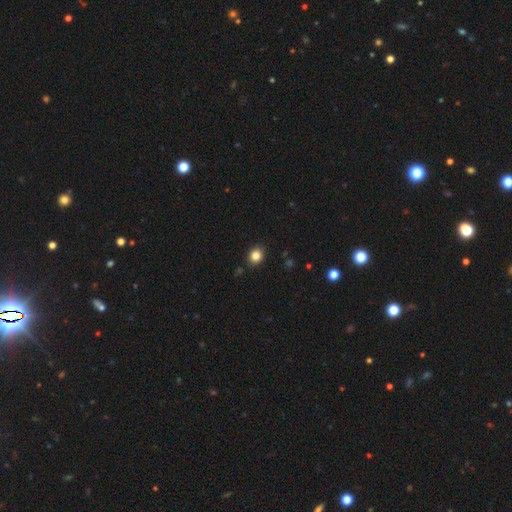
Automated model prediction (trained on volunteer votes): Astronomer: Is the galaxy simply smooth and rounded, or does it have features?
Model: smooth — 84%.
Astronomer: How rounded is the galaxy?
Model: round — 74%.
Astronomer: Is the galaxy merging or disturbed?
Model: none — 89%.